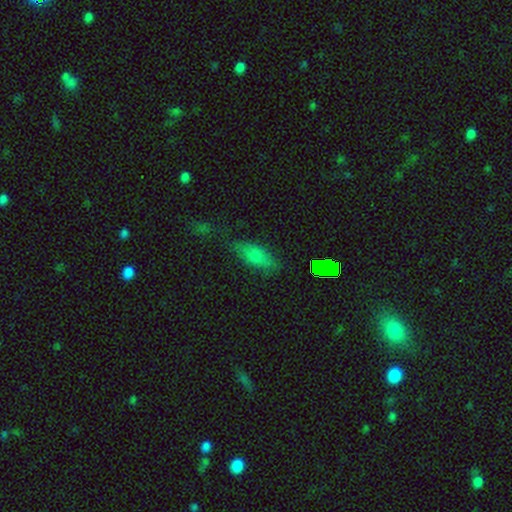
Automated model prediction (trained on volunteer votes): smooth_or_featured: smooth (p=0.68) [alt: featured or disk p=0.16]
how_rounded: in between (p=0.70) [alt: cigar-shaped p=0.25]
merging: none (p=0.60) [alt: minor disturbance p=0.25]